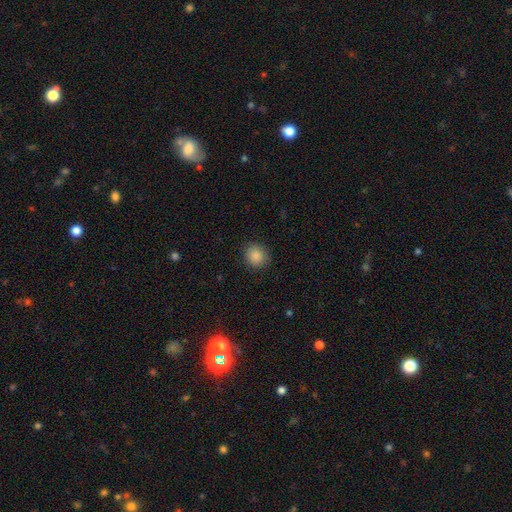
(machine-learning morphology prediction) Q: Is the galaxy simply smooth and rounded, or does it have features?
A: smooth — 87%.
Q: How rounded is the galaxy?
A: round — 82%.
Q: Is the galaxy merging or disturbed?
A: none — 89%.